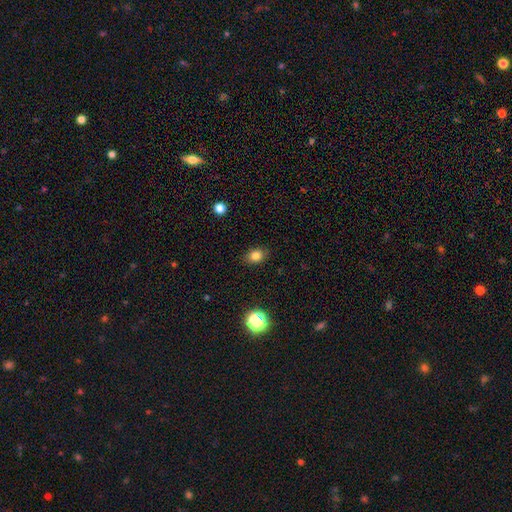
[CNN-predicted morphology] smooth_or_featured: smooth (p=0.80) [alt: star or artifact p=0.13]
how_rounded: in between (p=0.64) [alt: round p=0.35]
merging: none (p=0.87) [alt: minor disturbance p=0.09]